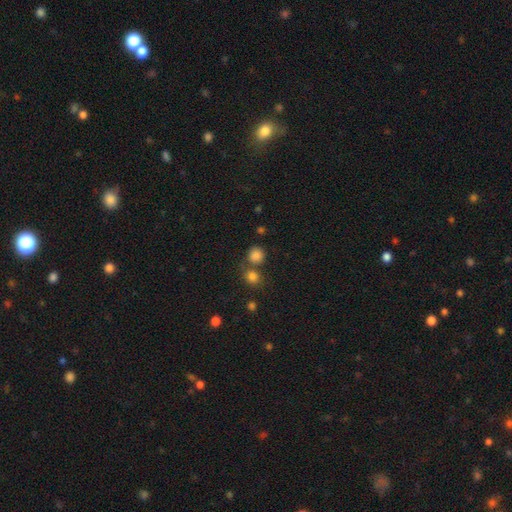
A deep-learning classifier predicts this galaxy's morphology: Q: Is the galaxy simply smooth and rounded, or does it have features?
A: smooth — 83%.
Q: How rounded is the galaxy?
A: round — 86%.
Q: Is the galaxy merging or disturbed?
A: none — 63%.